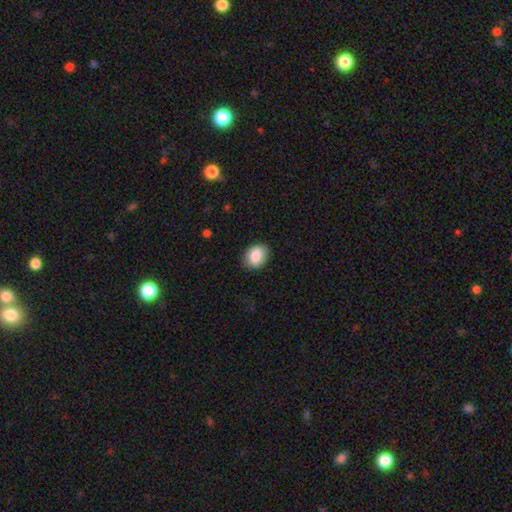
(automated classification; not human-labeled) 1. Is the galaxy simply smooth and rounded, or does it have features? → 87% smooth, 7% star or artifact, 6% featured or disk.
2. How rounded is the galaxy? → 70% in between, 29% round, 1% cigar-shaped.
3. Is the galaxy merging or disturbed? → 85% none, 11% minor disturbance, 3% major disturbance, 1% merger.